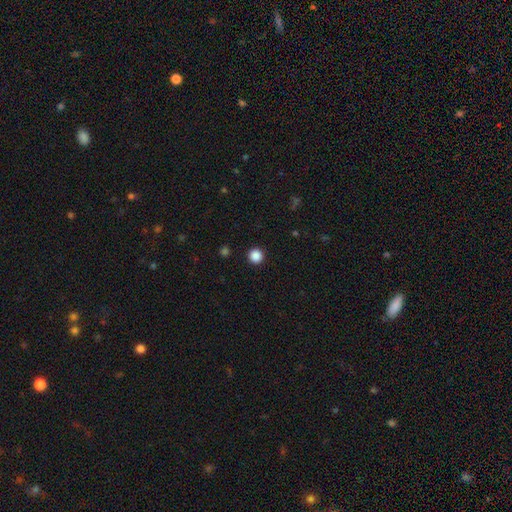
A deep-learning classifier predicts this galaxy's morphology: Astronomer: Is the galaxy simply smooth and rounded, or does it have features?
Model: smooth — 87%.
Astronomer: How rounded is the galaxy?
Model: round — 96%.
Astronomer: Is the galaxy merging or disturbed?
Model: none — 93%.